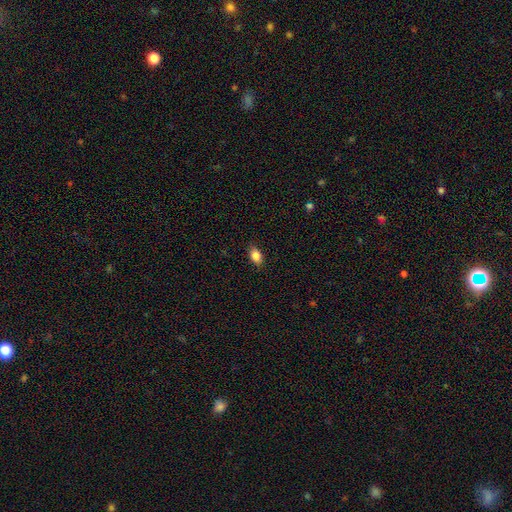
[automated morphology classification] Smooth or featured? smooth (86%)
How rounded? in between (85%)
Merging? none (87%)